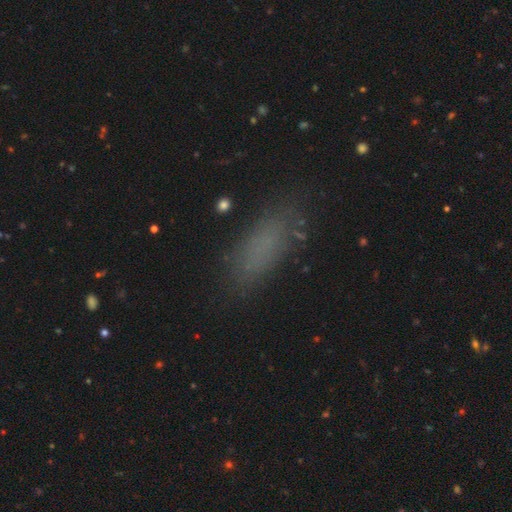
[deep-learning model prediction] smooth 69%, star or artifact 18%, featured or disk 13%. Down the decision tree: how rounded — in between (70%); merging — none (79%).